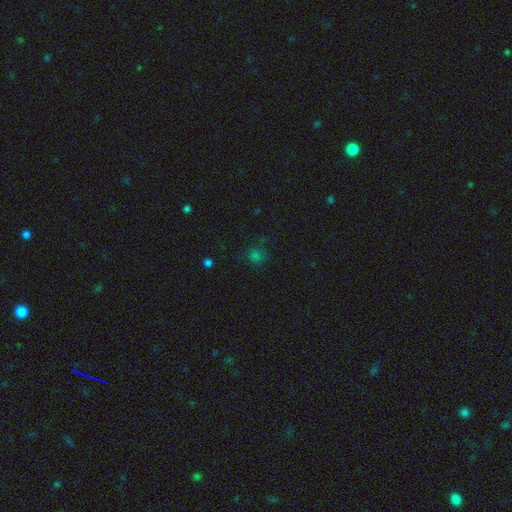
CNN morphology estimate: type=smooth (62%); roundness=round (87%); merging=none (82%).